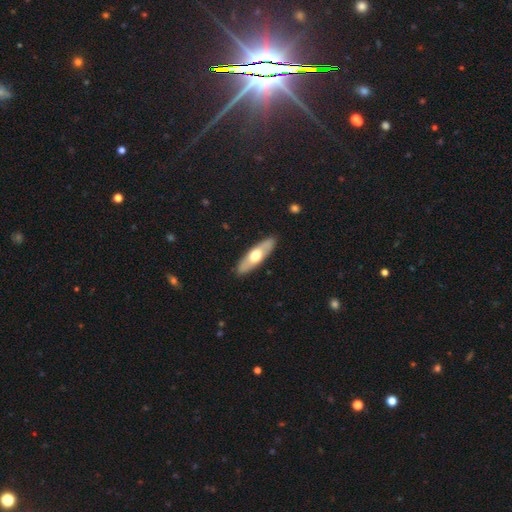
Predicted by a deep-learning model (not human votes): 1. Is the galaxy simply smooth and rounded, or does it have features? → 51% smooth, 45% featured or disk, 5% star or artifact.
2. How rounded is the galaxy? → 54% cigar-shaped, 44% in between, 2% round.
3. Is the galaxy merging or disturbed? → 89% none, 8% minor disturbance, 2% major disturbance, 1% merger.